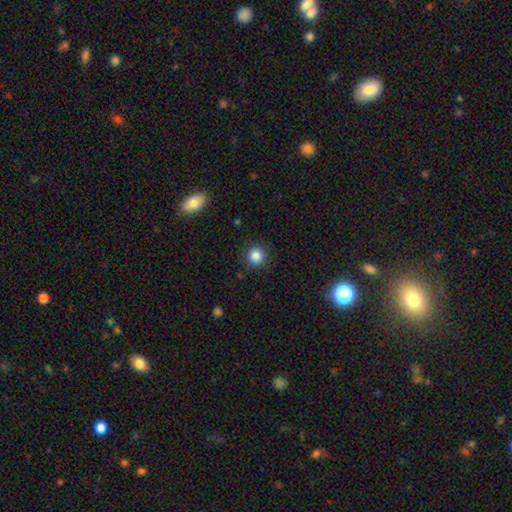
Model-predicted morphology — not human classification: A smooth galaxy with no disk features (85%) that is round (93%). Merging: none (89%).